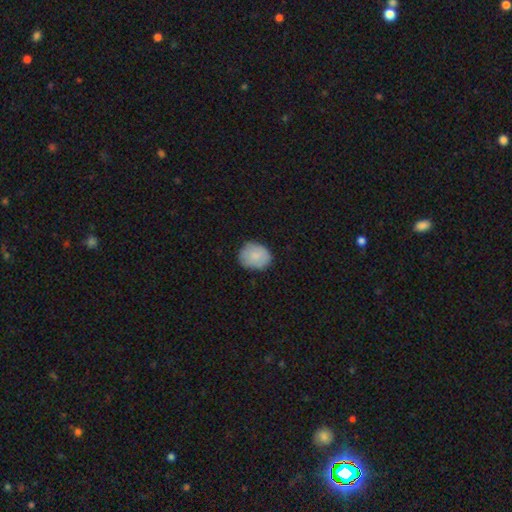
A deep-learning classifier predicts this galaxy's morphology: Smooth or featured: smooth — 84% (featured or disk — 10%)
How rounded: round — 65% (in between — 34%)
Merging: none — 78% (minor disturbance — 17%)